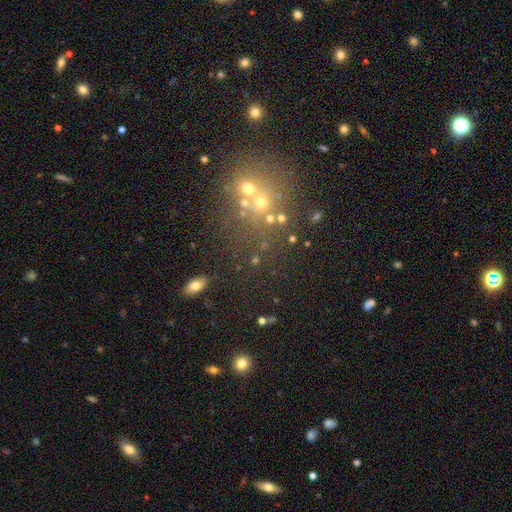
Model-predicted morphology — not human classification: Smooth or featured?
  - star or artifact: 48% *
  - smooth: 34%
  - featured or disk: 18%